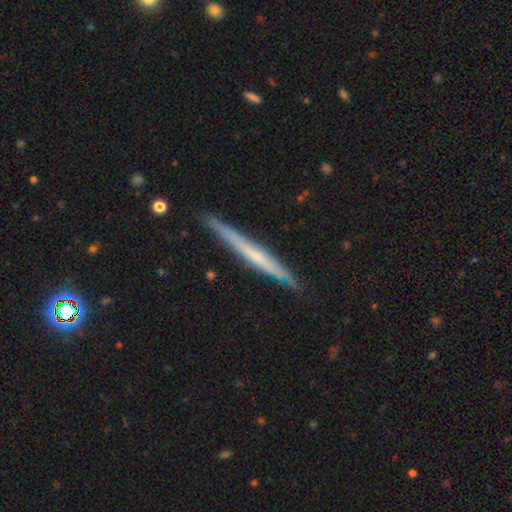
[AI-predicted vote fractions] Morphology: type=featured or disk (58%); edge-on=yes (96%); edge-on bulge=none (72%); merging=none (87%).